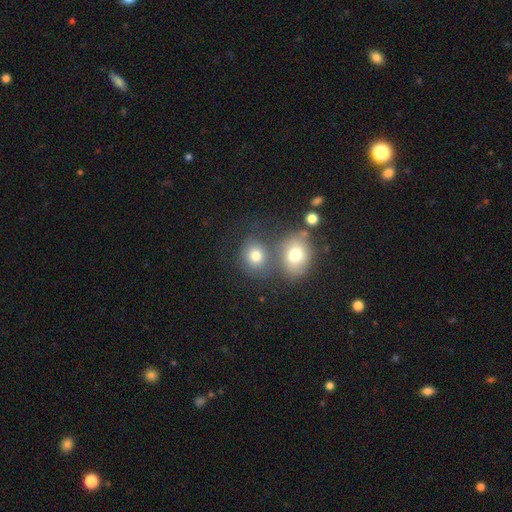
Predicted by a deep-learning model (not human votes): Smooth or featured? smooth (76%)
How rounded? round (69%)
Merging? none (48%)